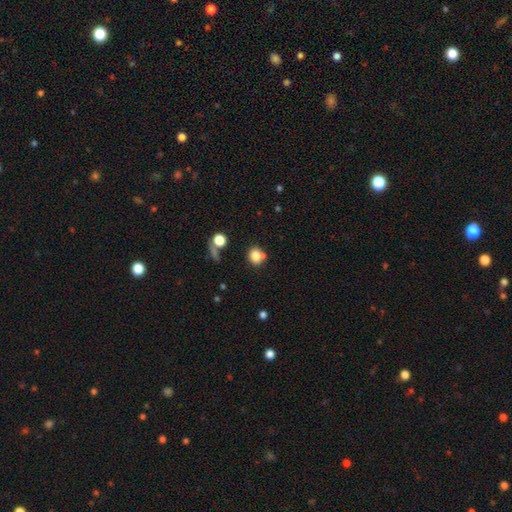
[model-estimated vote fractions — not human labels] A smooth galaxy with no disk features (80%) that is round (71%). Merging: none (61%).